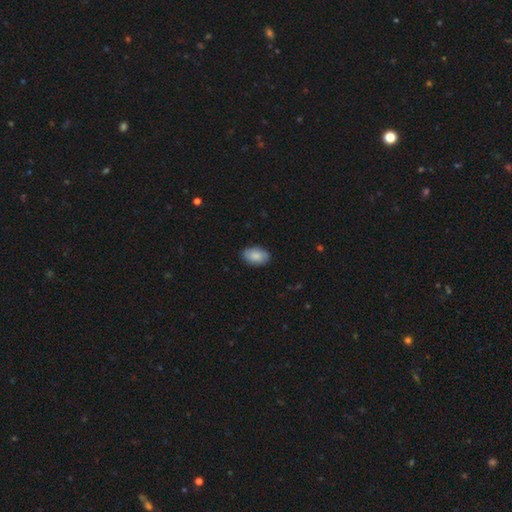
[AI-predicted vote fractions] Smooth or featured? smooth (83%)
How rounded? in between (90%)
Merging? none (82%)